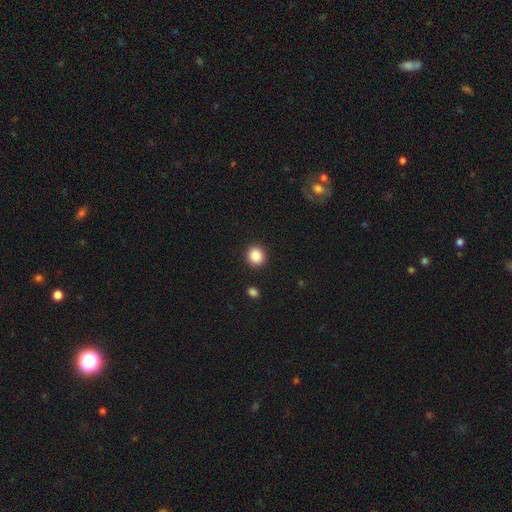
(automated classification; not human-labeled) Smooth or featured? smooth (88%)
How rounded? round (82%)
Merging? none (90%)